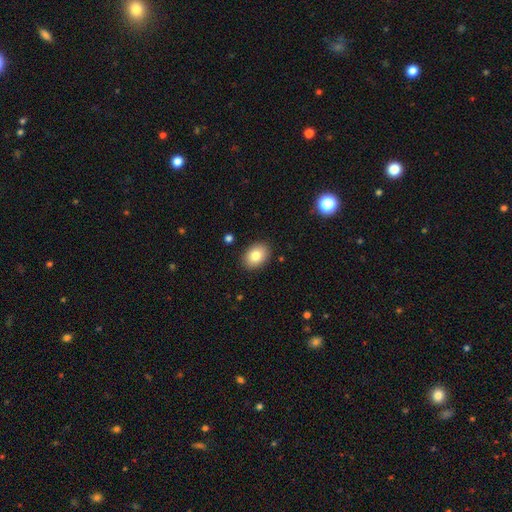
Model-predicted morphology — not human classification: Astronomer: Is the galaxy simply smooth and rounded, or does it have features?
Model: smooth — 83%.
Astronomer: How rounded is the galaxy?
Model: in between — 76%.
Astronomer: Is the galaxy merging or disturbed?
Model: none — 89%.